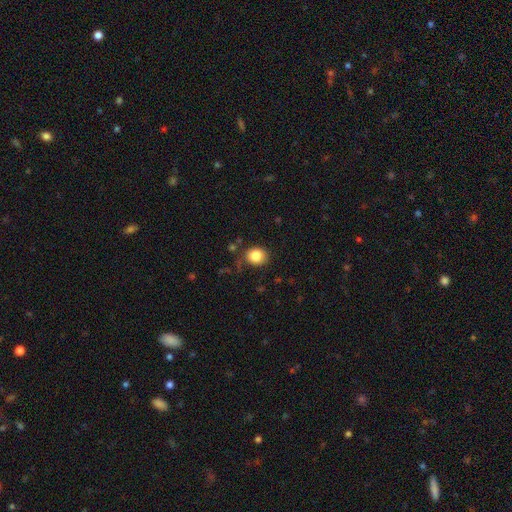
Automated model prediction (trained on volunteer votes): Smooth or featured: smooth — 85% (star or artifact — 9%)
How rounded: round — 66% (in between — 33%)
Merging: none — 78% (minor disturbance — 15%)